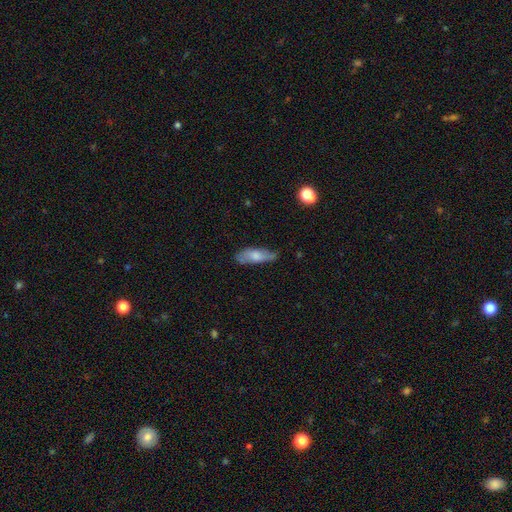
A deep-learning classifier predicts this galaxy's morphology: Q: Smooth or featured?
A: smooth (66%); runner-up: featured or disk (27%)
Q: How rounded?
A: in between (64%); runner-up: cigar-shaped (34%)
Q: Merging?
A: none (56%); runner-up: minor disturbance (33%)